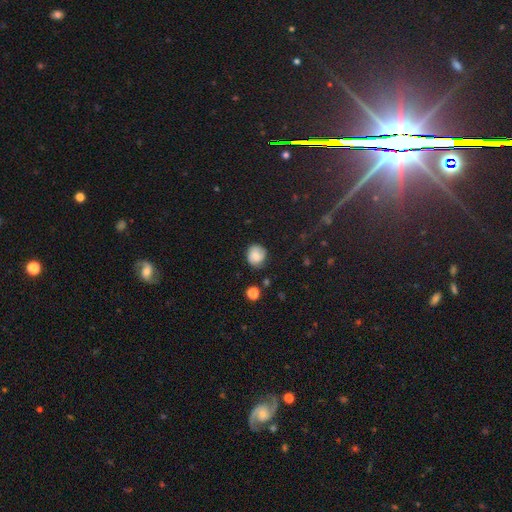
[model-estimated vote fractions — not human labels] This is likely a smooth galaxy (74%). How rounded: clearly round (81%). Merging: likely none (74%).